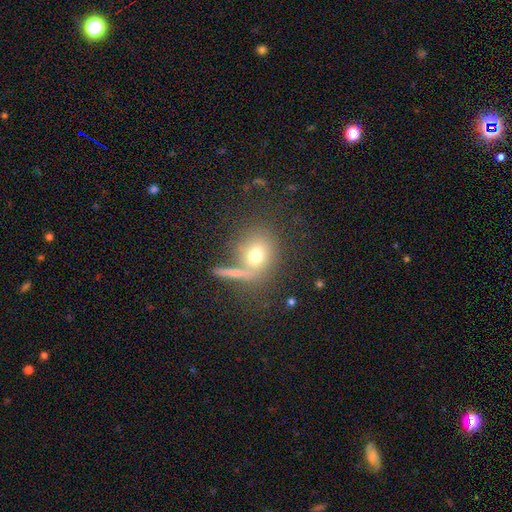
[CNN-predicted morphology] The model was most divided on "merging": none: 59%, merger: 20%, minor disturbance: 12%, major disturbance: 8%. More confident: how rounded — round (73%); smooth or featured — smooth (70%).